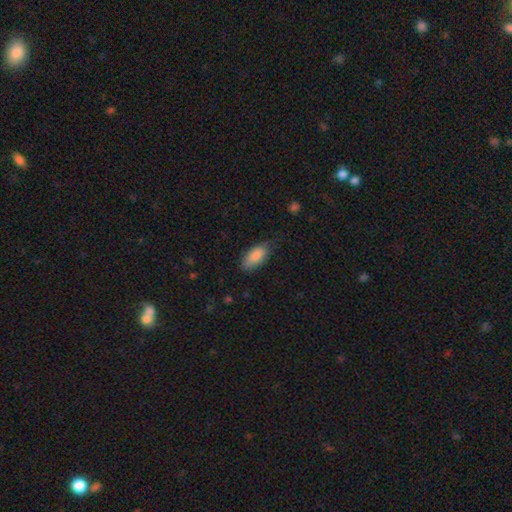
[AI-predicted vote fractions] This appears to be a smooth galaxy with no disk features (86%) that is in between round and cigar-shaped (91%). Merging: none (66%).